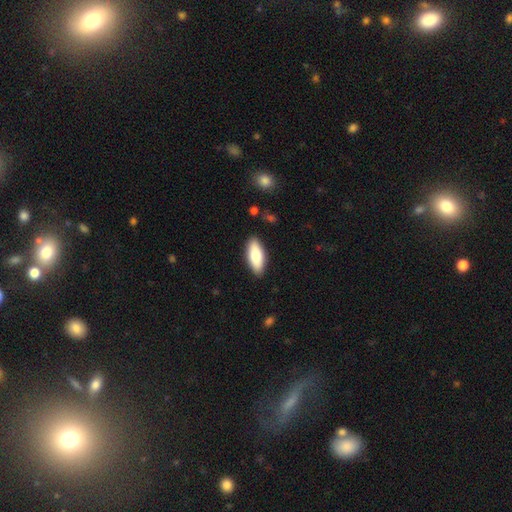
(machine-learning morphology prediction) Smooth or featured? Predicted: smooth (p=0.80). How rounded? Predicted: in between (p=0.77). Merging? Predicted: none (p=0.88).